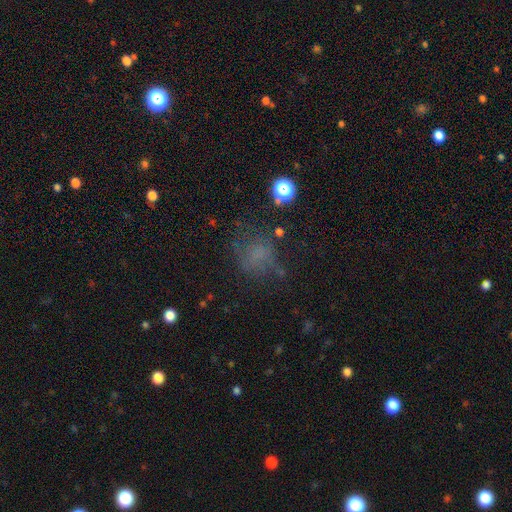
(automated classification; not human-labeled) smooth_or_featured: smooth (p=0.53) [alt: star or artifact p=0.27]
how_rounded: round (p=0.64) [alt: in between p=0.34]
merging: none (p=0.56) [alt: minor disturbance p=0.20]